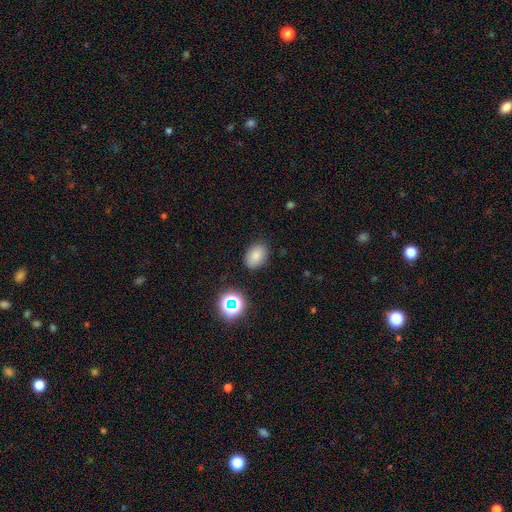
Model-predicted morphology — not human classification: smooth 80%, star or artifact 13%, featured or disk 7%. Down the decision tree: how rounded — in between (78%); merging — none (84%).